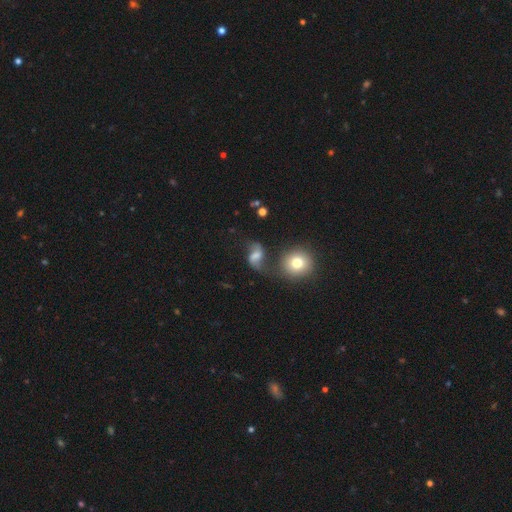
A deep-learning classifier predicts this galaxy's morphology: Overall: featured or disk (63%; smooth 26%). Edge-on disk: no (97%). Bar: weak (50%; no 29%). Spiral arms: yes (90%). Spiral arm count: 2 (91%). Spiral winding: loose (78%). Bulge size: moderate (41%; small 27%). Merging: none (52%; minor disturbance 19%).